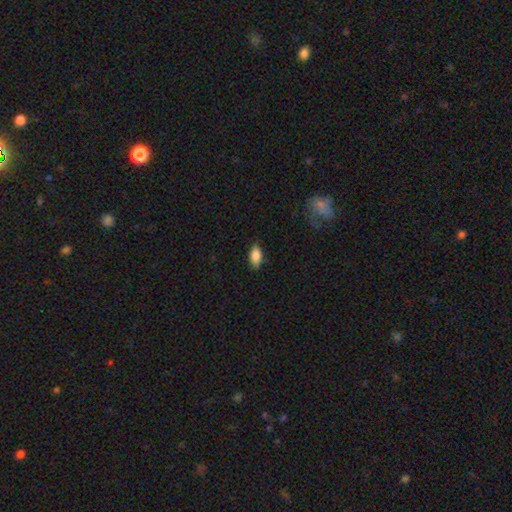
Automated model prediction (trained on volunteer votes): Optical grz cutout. It shows a smooth galaxy with no disk features (86%) that is in between round and cigar-shaped (91%). Merging: none (82%).